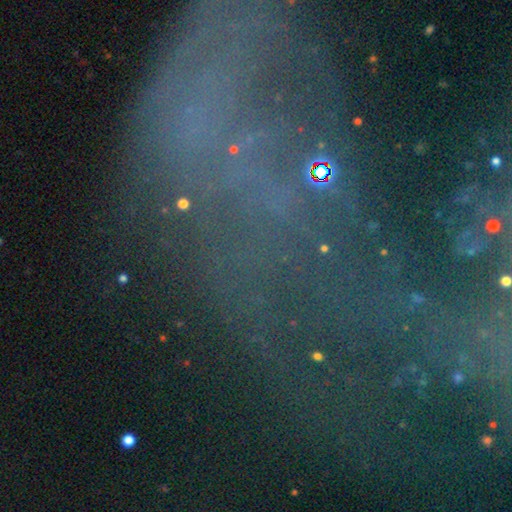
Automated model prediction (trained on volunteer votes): This is possibly a star or artifact rather than a galaxy (59%).